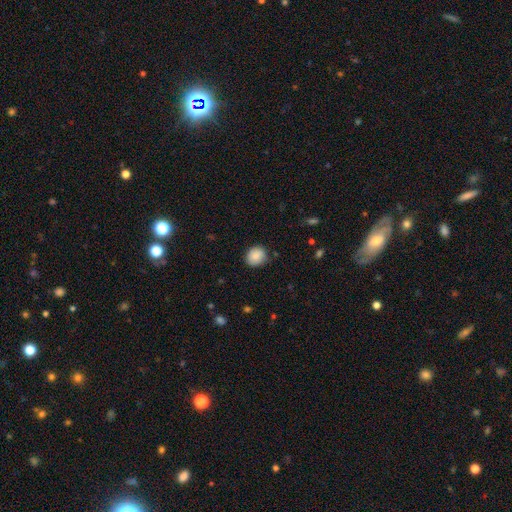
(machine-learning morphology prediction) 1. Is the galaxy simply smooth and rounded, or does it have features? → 86% smooth, 8% star or artifact, 6% featured or disk.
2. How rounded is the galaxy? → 74% round, 25% in between, 1% cigar-shaped.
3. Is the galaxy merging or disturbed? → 82% none, 14% minor disturbance, 3% major disturbance, 1% merger.